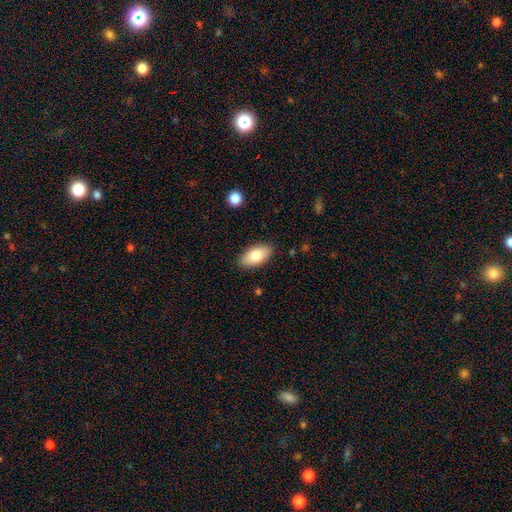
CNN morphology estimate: The model was most divided on "smooth or featured": smooth: 80%, featured or disk: 14%, star or artifact: 7%. More confident: how rounded — in between (94%); merging — none (87%).